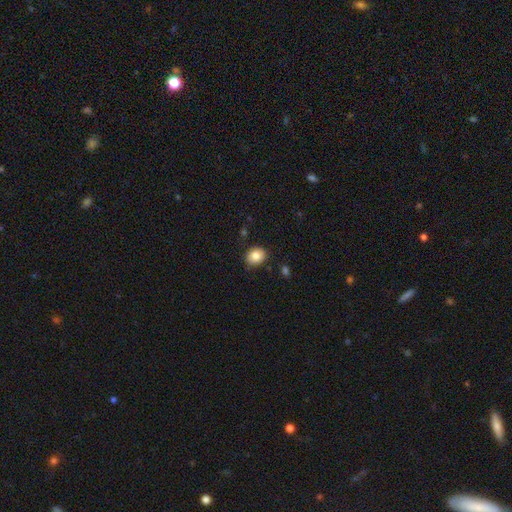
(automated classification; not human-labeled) Smooth or featured? smooth (83%)
How rounded? round (61%)
Merging? none (85%)